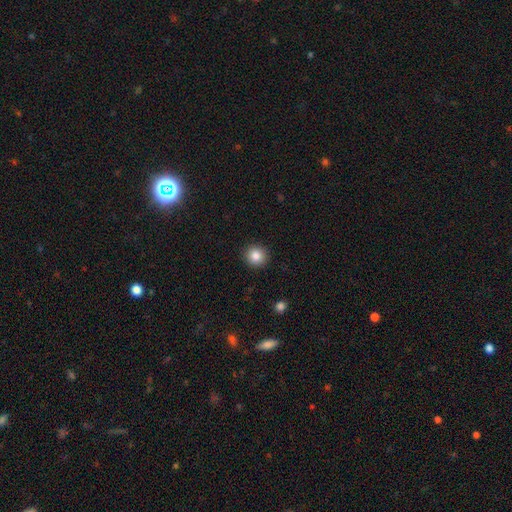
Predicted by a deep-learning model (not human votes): smooth 85%, star or artifact 10%, featured or disk 5%. Down the decision tree: how rounded — round (91%); merging — none (92%).